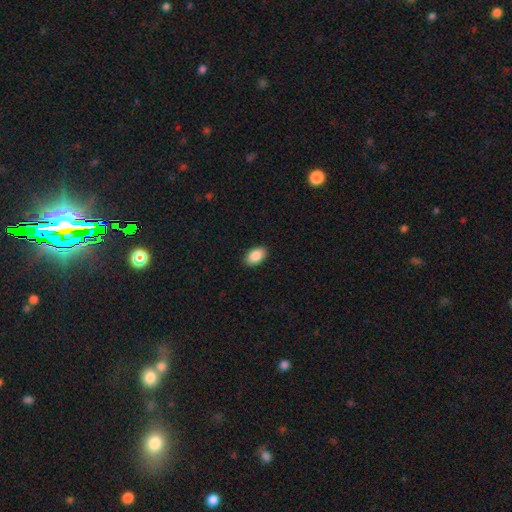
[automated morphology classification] Q: Smooth or featured?
A: smooth (89%); runner-up: star or artifact (7%)
Q: How rounded?
A: in between (92%); runner-up: round (6%)
Q: Merging?
A: none (90%); runner-up: minor disturbance (7%)